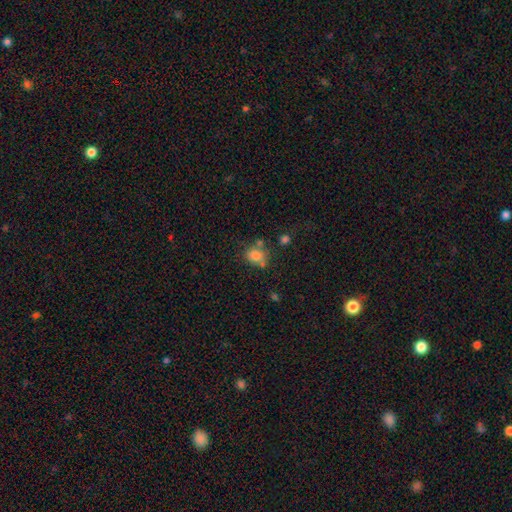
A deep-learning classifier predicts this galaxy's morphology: smooth 79%, star or artifact 12%, featured or disk 9%. Down the decision tree: how rounded — round (59%); merging — none (58%).